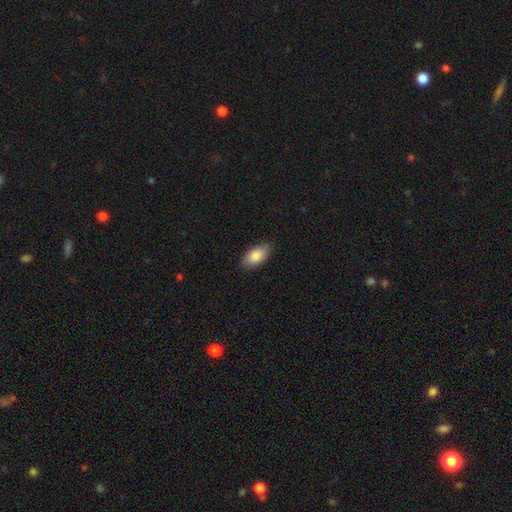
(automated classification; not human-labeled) Smooth or featured? Predicted: smooth (p=0.85). How rounded? Predicted: in between (p=0.93). Merging? Predicted: none (p=0.84).